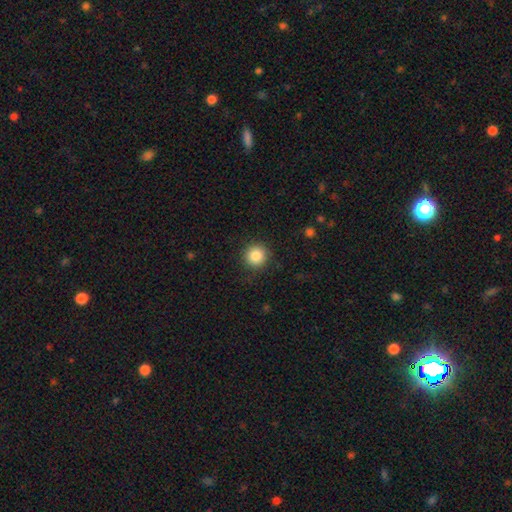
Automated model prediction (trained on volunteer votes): Morphology: type=smooth (86%); roundness=round (94%); merging=none (88%).